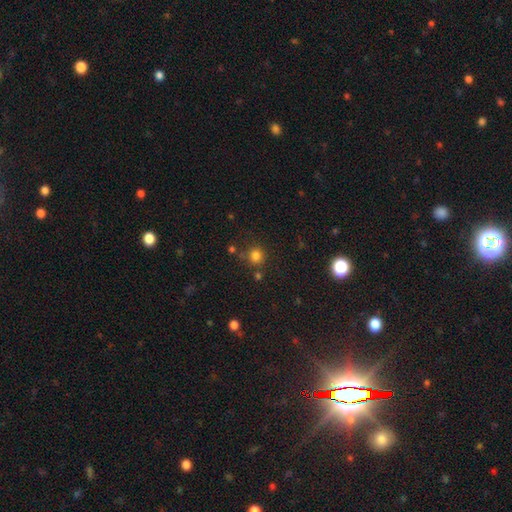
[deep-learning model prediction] Overall: smooth (79%). How rounded: round (88%). Merging: none (76%).